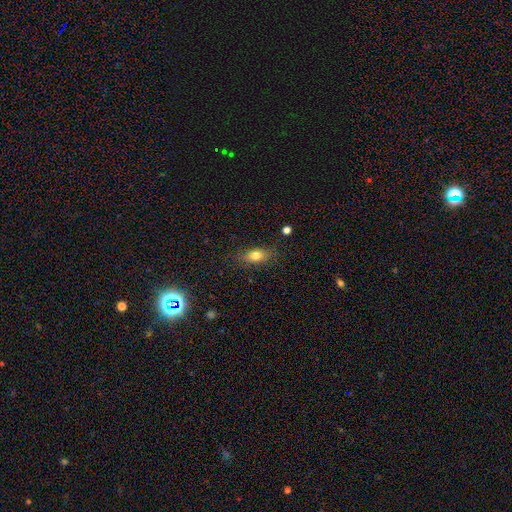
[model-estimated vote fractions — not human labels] A smooth galaxy with no disk features (77%) that is in between round and cigar-shaped (77%). Merging: none (80%).